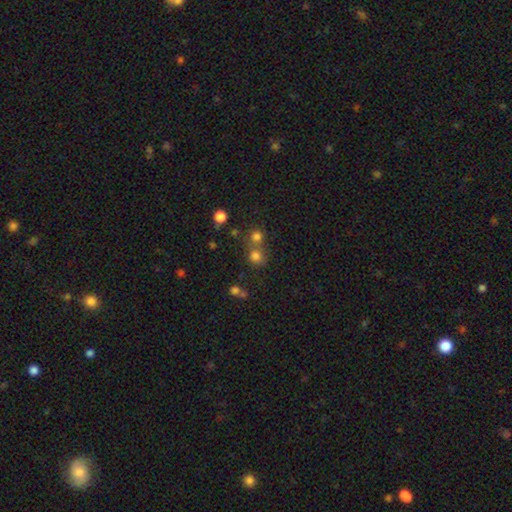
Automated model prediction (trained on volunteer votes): The model was most divided on "merging": none: 56%, merger: 33%, minor disturbance: 8%, major disturbance: 4%. More confident: how rounded — round (86%); smooth or featured — smooth (74%).